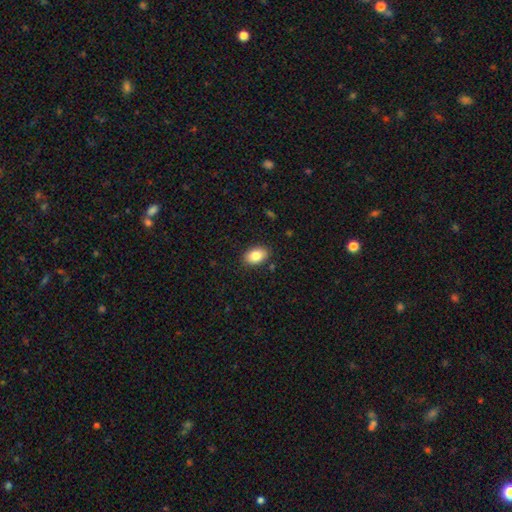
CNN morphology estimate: A smooth galaxy with no disk features (83%) that is in between round and cigar-shaped (88%). Merging: none (88%).